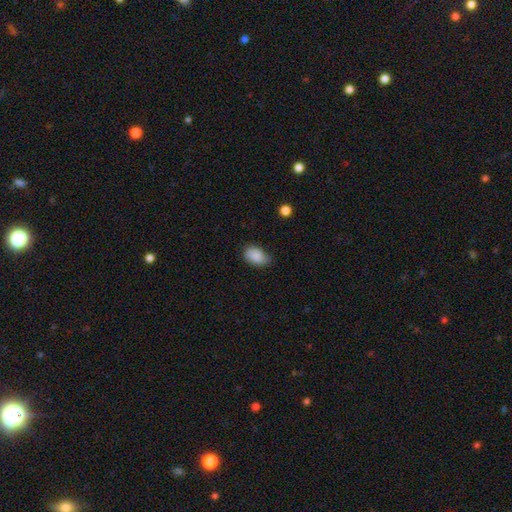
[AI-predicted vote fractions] A smooth galaxy with no disk features (86%) that is in between round and cigar-shaped (87%). Merging: none (63%).